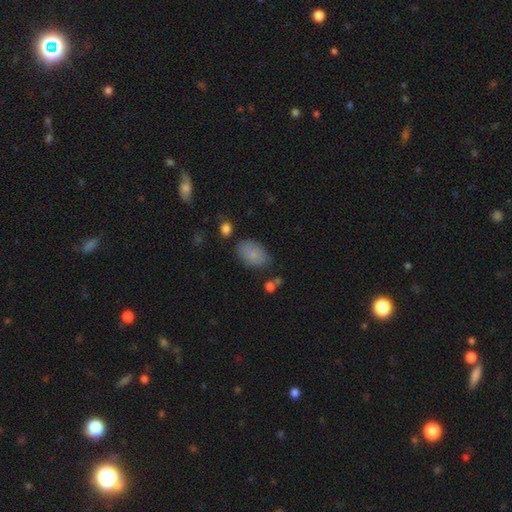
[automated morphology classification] Smooth or featured?
  - smooth: 83% *
  - featured or disk: 9%
  - star or artifact: 9%
How rounded?
  - in between: 91% *
  - round: 7%
  - cigar-shaped: 1%
Merging?
  - none: 74% *
  - minor disturbance: 17%
  - major disturbance: 4%
  - merger: 4%